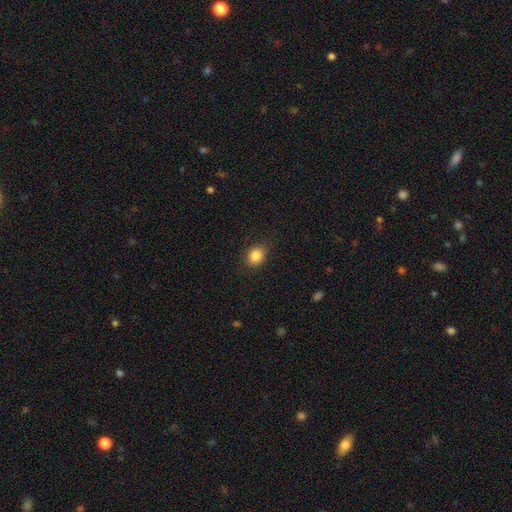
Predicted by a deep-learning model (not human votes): smooth-or-featured: smooth: 85% | star or artifact: 10% | featured or disk: 5%
  how-rounded: round: 58% | in between: 41% | cigar-shaped: 1%
  merging: none: 84% | minor disturbance: 12% | major disturbance: 3% | merger: 1%